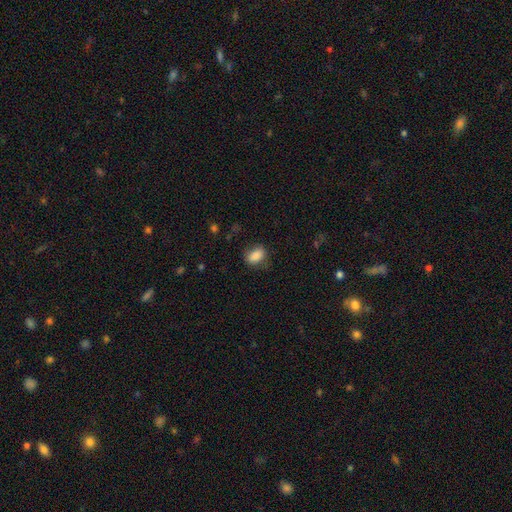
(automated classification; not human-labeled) This is clearly a smooth galaxy (87%). How rounded: clearly in between (82%). Merging: likely none (73%).